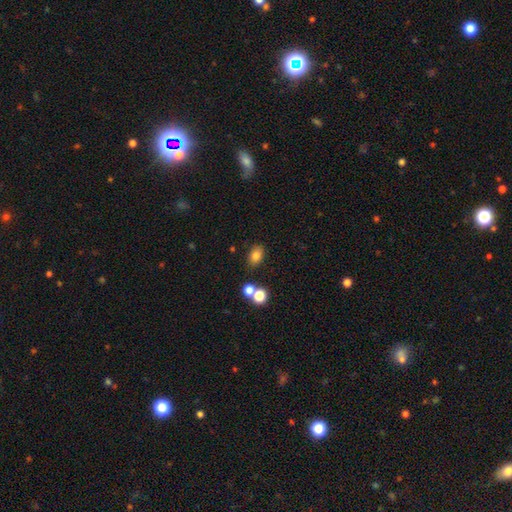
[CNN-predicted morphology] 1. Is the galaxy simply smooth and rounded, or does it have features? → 80% smooth, 13% star or artifact, 8% featured or disk.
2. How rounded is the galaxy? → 76% in between, 23% round, 1% cigar-shaped.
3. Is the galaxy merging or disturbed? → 76% none, 11% minor disturbance, 9% merger, 4% major disturbance.